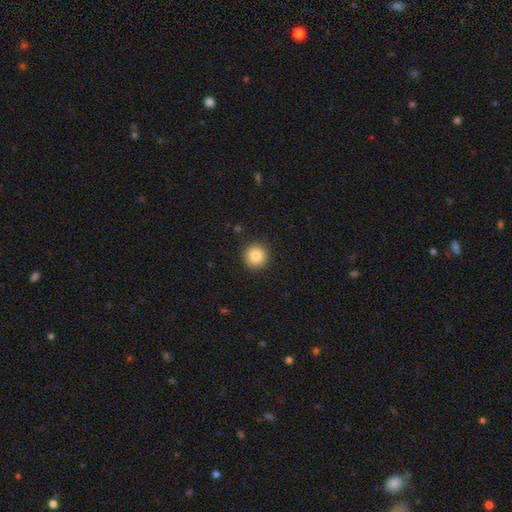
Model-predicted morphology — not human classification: type=smooth (84%); roundness=round (95%); merging=none (91%).